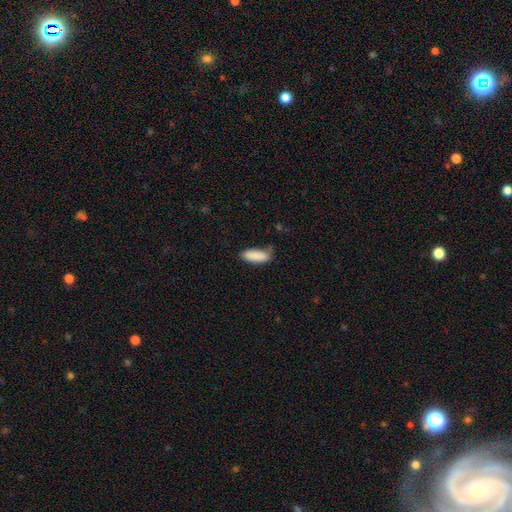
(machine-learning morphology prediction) smooth 89%, star or artifact 7%, featured or disk 5%. Down the decision tree: how rounded — in between (70%); merging — none (65%).